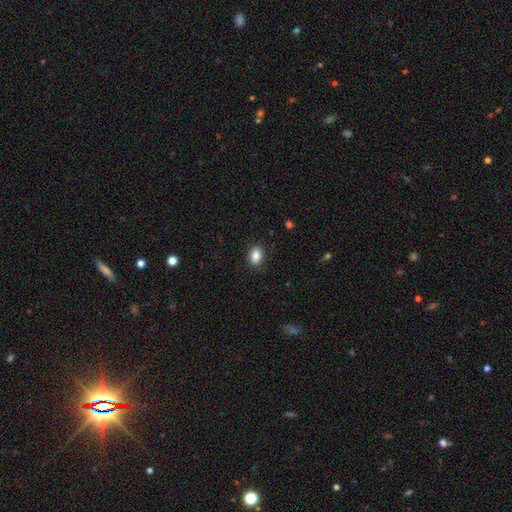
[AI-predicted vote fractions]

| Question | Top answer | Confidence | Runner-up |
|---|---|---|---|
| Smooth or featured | smooth | 88% | star or artifact (8%) |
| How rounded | in between | 81% | round (17%) |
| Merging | none | 88% | minor disturbance (9%) |